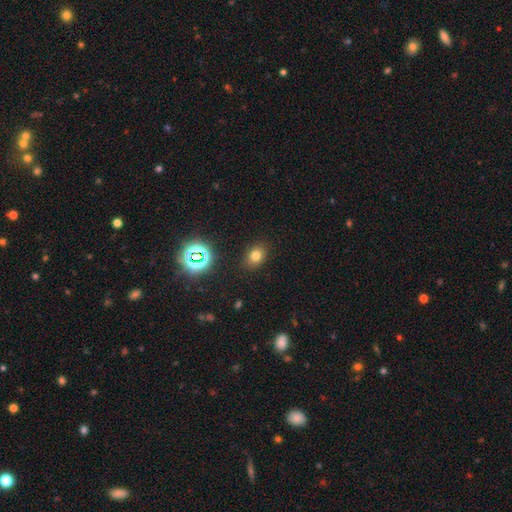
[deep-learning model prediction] smooth-or-featured: smooth: 72% | star or artifact: 19% | featured or disk: 9%
  how-rounded: in between: 66% | round: 33% | cigar-shaped: 1%
  merging: none: 86% | minor disturbance: 10% | major disturbance: 3% | merger: 1%